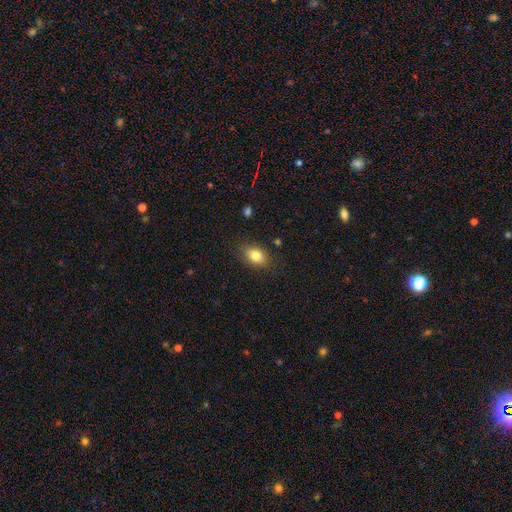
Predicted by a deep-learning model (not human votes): A smooth galaxy with no disk features (82%) that is in between round and cigar-shaped (79%). Merging: none (83%).